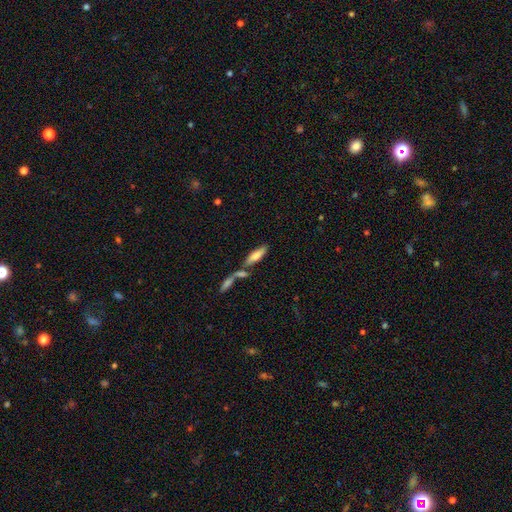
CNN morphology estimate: Smooth or featured? Predicted: smooth (p=0.70). How rounded? Predicted: cigar-shaped (p=0.52). Merging? Predicted: none (p=0.48).